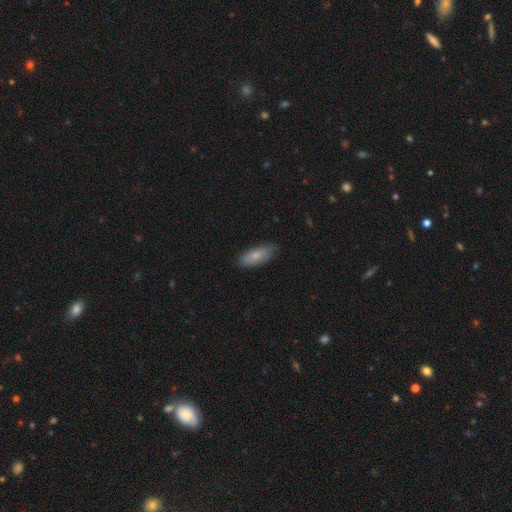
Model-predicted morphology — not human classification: A smooth galaxy with no disk features (79%) that is in between round and cigar-shaped (77%).

Vote fractions:
- Smooth or featured? smooth: 79% / featured or disk: 15% / star or artifact: 6%
- How rounded? in between: 77% / cigar-shaped: 21% / round: 2%
- Merging? none: 83% / minor disturbance: 13% / major disturbance: 2% / merger: 1%